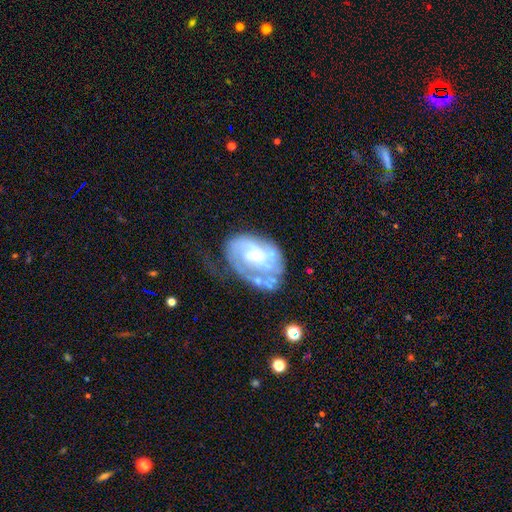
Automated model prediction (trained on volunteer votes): A featured or disk galaxy (79%) with no bar (59%), tight (49%) spiral arms (75%) and a small central bulge (60%).

Vote fractions:
- Smooth or featured? featured or disk: 79% / smooth: 14% / star or artifact: 7%
- Edge-on disk? no: 98% / yes: 2%
- Bar? no: 59% / weak: 33% / strong: 8%
- Spiral arms? yes: 75% / no: 25%
- Spiral winding? tight: 49% / medium: 34% / loose: 18%
- Spiral arm count? can't tell: 42% / 2: 28% / 1: 15% / 3: 9% / 4: 3% / more than 4: 3%
- Bulge size? small: 60% / moderate: 29% / none: 7% / large: 3% / dominant: 1%
- Merging? none: 36% / major disturbance: 31% / minor disturbance: 25% / merger: 8%